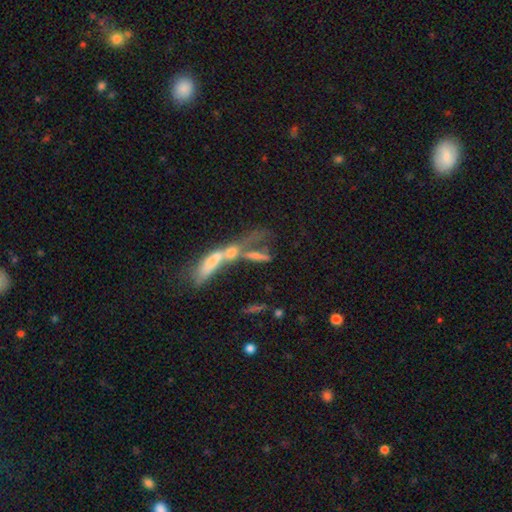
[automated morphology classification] Overall: featured or disk (44%; smooth 42%). Merging: merger (72%).